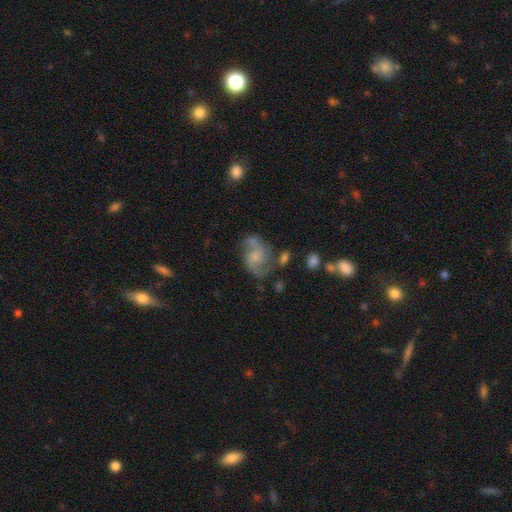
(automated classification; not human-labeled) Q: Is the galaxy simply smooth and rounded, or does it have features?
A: featured or disk — 77%.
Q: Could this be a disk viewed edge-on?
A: no — 97%.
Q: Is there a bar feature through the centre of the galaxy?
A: no — 63%.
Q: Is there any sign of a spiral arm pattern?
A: yes — 93%.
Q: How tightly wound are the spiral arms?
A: medium — 48%.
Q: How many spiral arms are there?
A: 2 — 88%.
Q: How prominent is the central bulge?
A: small — 48%.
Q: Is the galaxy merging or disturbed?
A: none — 61%.